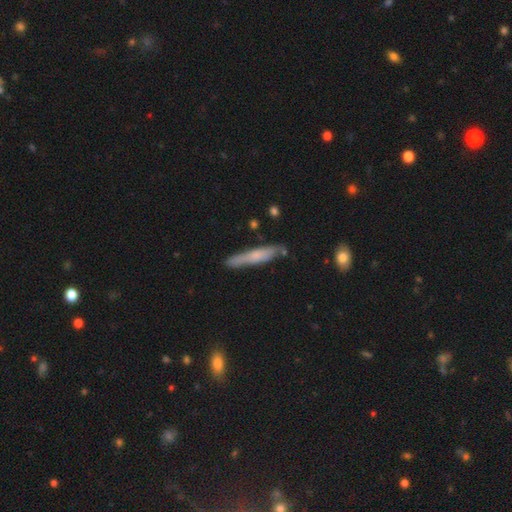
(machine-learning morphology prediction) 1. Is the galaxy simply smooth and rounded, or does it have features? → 58% smooth, 36% featured or disk, 6% star or artifact.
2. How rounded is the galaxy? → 91% cigar-shaped, 7% in between, 2% round.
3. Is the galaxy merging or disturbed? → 76% none, 18% minor disturbance, 3% merger, 3% major disturbance.